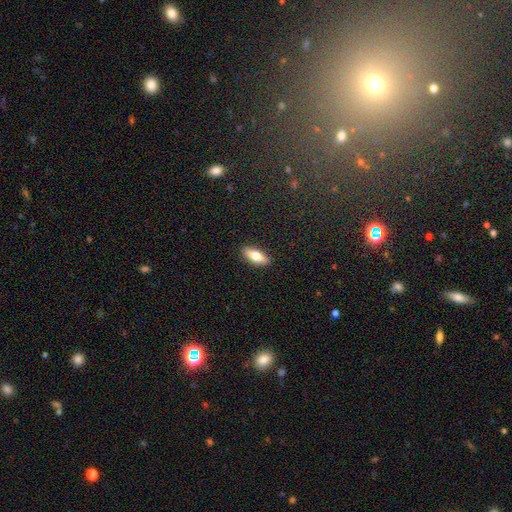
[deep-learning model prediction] Overall: smooth (72%). How rounded: in between (72%). Merging: none (90%).